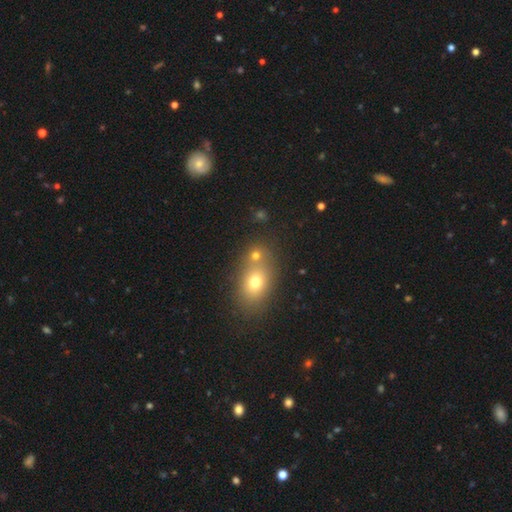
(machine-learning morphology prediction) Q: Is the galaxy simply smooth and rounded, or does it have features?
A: smooth — 69%.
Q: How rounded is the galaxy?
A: round — 54%.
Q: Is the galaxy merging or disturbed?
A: none — 51%.